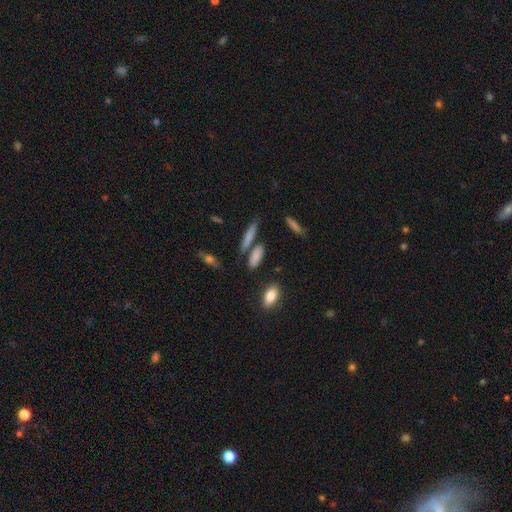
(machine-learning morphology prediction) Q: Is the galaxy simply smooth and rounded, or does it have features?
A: smooth — 78%.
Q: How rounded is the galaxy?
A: cigar-shaped — 48%.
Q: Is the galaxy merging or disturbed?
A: none — 72%.